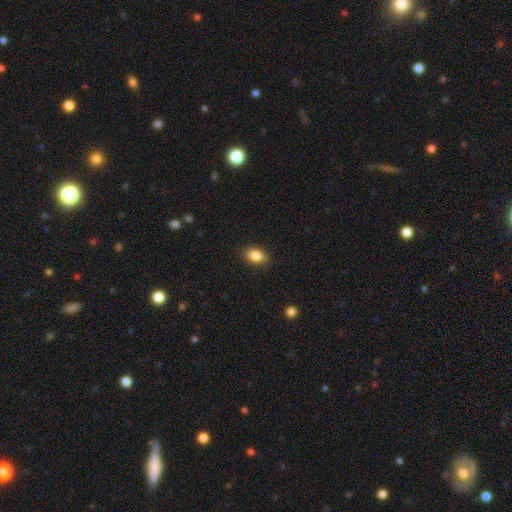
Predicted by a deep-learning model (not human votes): smooth-or-featured: smooth: 86% | star or artifact: 9% | featured or disk: 5%
  how-rounded: in between: 84% | round: 15% | cigar-shaped: 1%
  merging: none: 88% | minor disturbance: 9% | major disturbance: 2% | merger: 1%